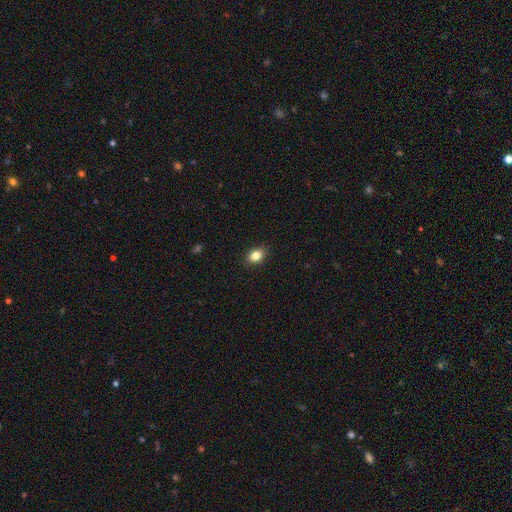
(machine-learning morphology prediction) Smooth or featured? Predicted: smooth (p=0.83). How rounded? Predicted: in between (p=0.67). Merging? Predicted: none (p=0.88).